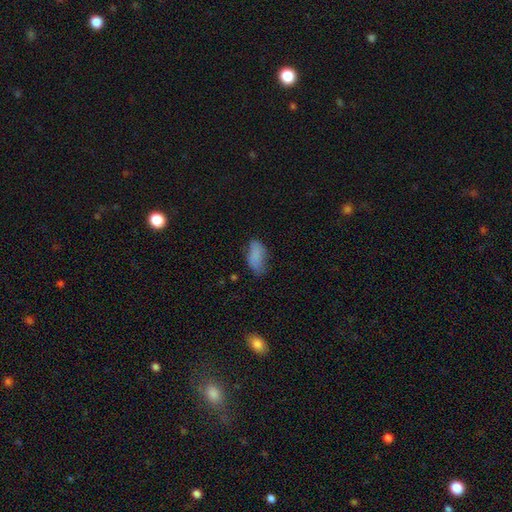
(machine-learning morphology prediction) This is clearly a smooth galaxy (82%). How rounded: clearly in between (92%). Merging: likely none (60%).